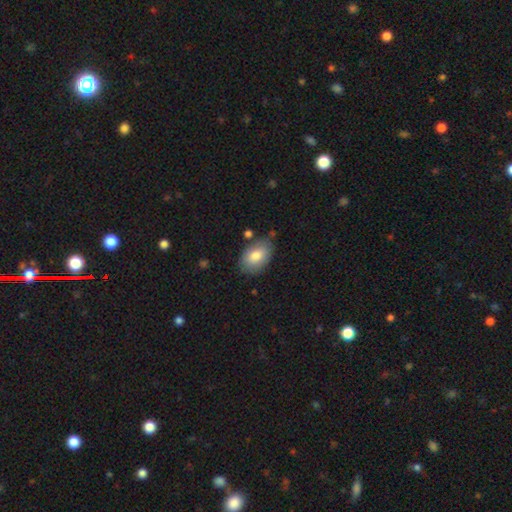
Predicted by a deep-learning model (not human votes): Smooth or featured? Predicted: smooth (p=0.81). How rounded? Predicted: in between (p=0.90). Merging? Predicted: none (p=0.76).